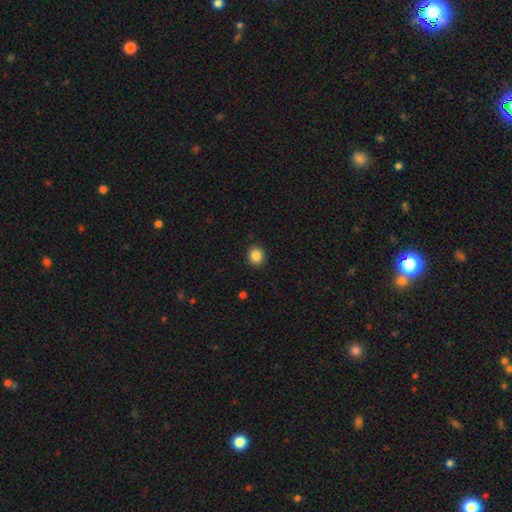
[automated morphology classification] type=smooth (86%); roundness=round (85%); merging=none (91%).